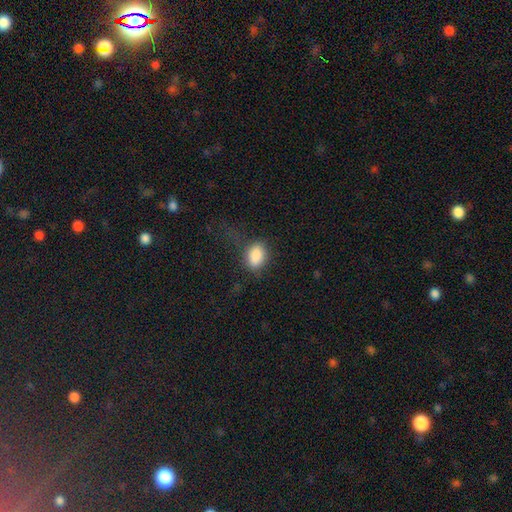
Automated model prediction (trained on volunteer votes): Q: Smooth or featured?
A: smooth (86%); runner-up: star or artifact (9%)
Q: How rounded?
A: in between (81%); runner-up: round (17%)
Q: Merging?
A: none (58%); runner-up: minor disturbance (23%)